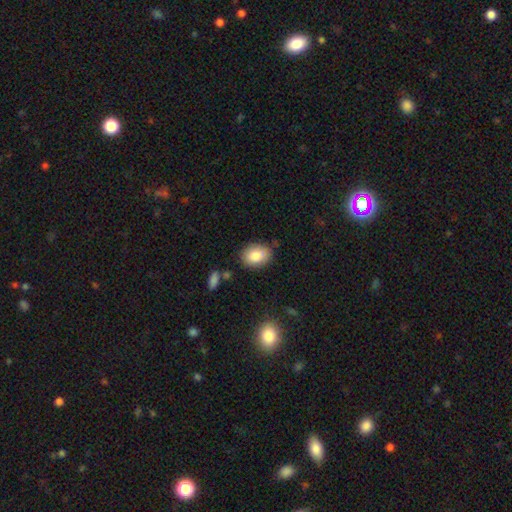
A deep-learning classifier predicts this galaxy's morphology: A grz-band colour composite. It shows a smooth galaxy with no disk features (83%) that is in between round and cigar-shaped (72%). Merging: none (80%).